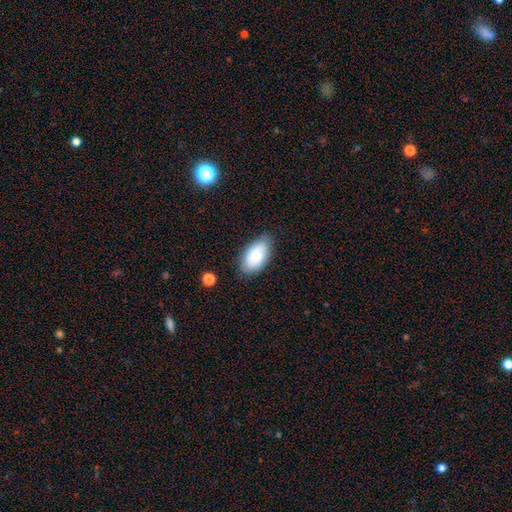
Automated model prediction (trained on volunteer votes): A smooth galaxy with no disk features (81%) that is in between round and cigar-shaped (95%).

Vote fractions:
- Smooth or featured? smooth: 81% / featured or disk: 12% / star or artifact: 7%
- How rounded? in between: 95% / round: 3% / cigar-shaped: 2%
- Merging? none: 80% / minor disturbance: 16% / major disturbance: 3% / merger: 1%